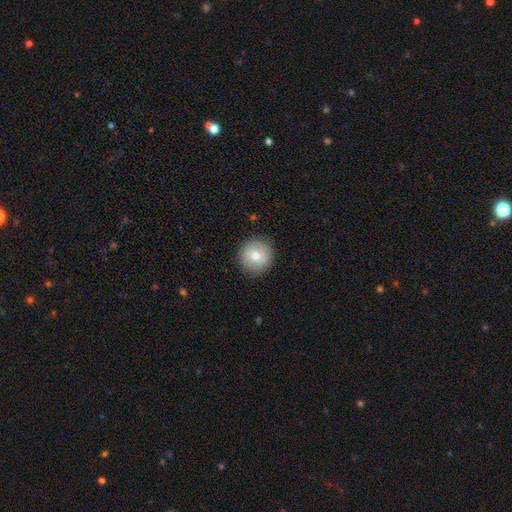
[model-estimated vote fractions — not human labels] This appears to be a smooth galaxy with no disk features (75%) that is round (95%). Merging: none (89%).